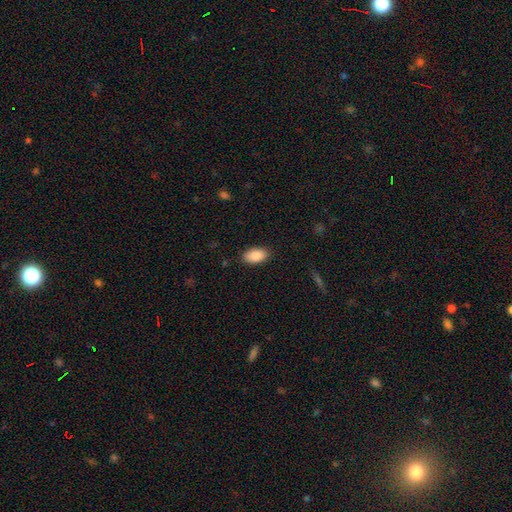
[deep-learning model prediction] Smooth or featured? Predicted: smooth (p=0.89). How rounded? Predicted: in between (p=0.94). Merging? Predicted: none (p=0.87).